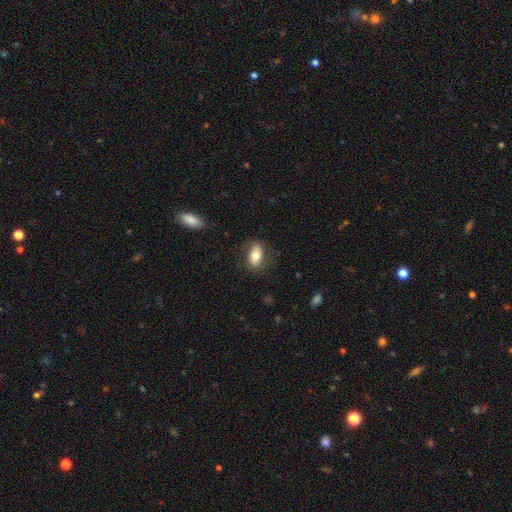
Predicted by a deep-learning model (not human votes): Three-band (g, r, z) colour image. It shows a smooth galaxy with no disk features (68%) that is in between round and cigar-shaped (86%). Merging: none (75%).